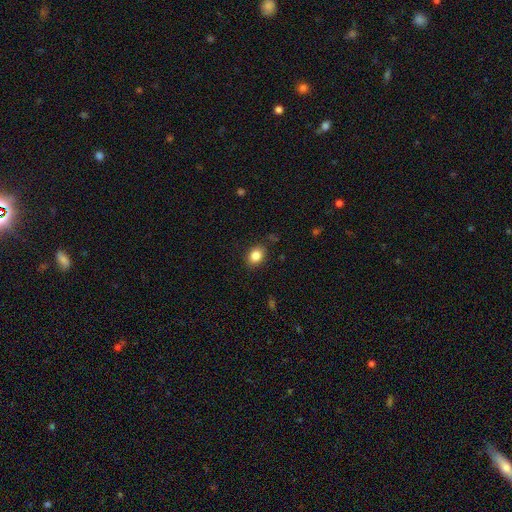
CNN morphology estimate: This appears to be a smooth galaxy with no disk features (85%) that is in between round and cigar-shaped (62%). Merging: none (84%).